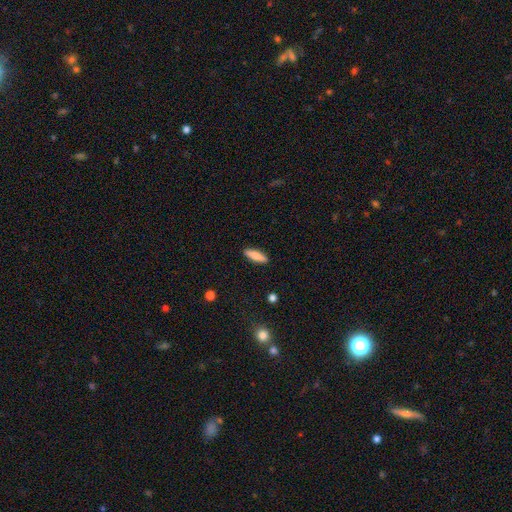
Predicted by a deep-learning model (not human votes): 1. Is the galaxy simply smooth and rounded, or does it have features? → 80% smooth, 13% featured or disk, 6% star or artifact.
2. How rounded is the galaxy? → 58% cigar-shaped, 40% in between, 2% round.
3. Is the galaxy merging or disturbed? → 90% none, 7% minor disturbance, 2% major disturbance, 1% merger.